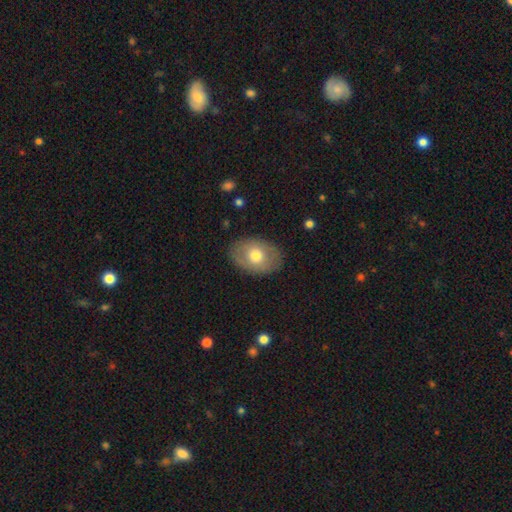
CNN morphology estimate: smooth 66%, featured or disk 27%, star or artifact 7%. Down the decision tree: how rounded — in between (79%); merging — none (85%).